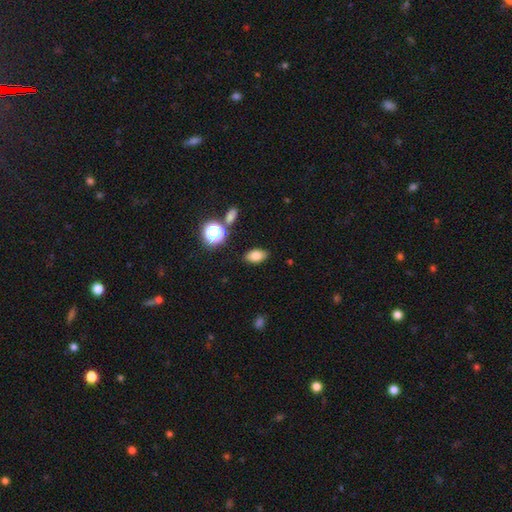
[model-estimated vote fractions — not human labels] Smooth or featured: smooth — 77% (star or artifact — 13%)
How rounded: in between — 87% (round — 10%)
Merging: none — 86% (minor disturbance — 9%)